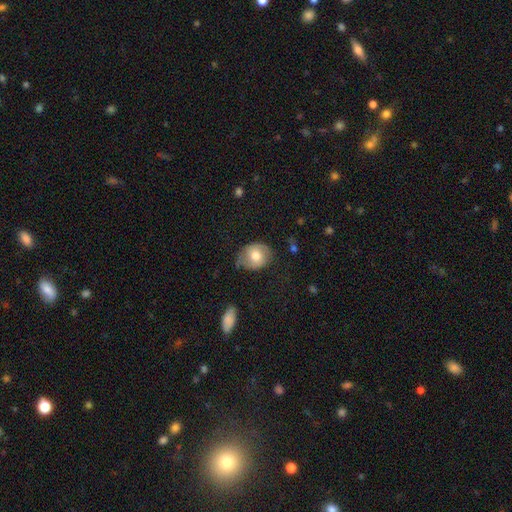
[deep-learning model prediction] This appears to be a smooth galaxy with no disk features (67%) that is round (58%). Merging: none (59%).